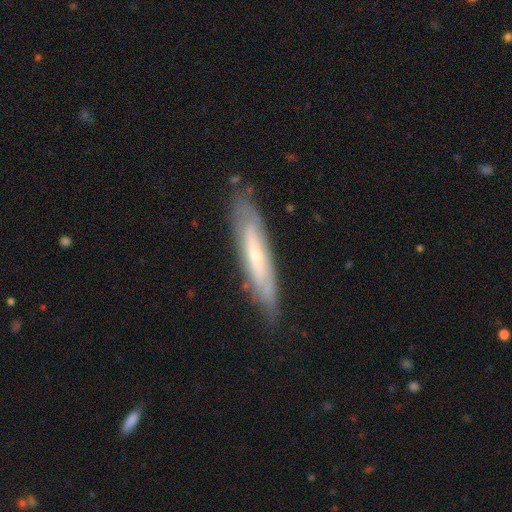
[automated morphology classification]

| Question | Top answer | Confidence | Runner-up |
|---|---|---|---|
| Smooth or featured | featured or disk | 64% | smooth (30%) |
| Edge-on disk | yes | 55% | no (45%) |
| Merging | none | 78% | minor disturbance (16%) |